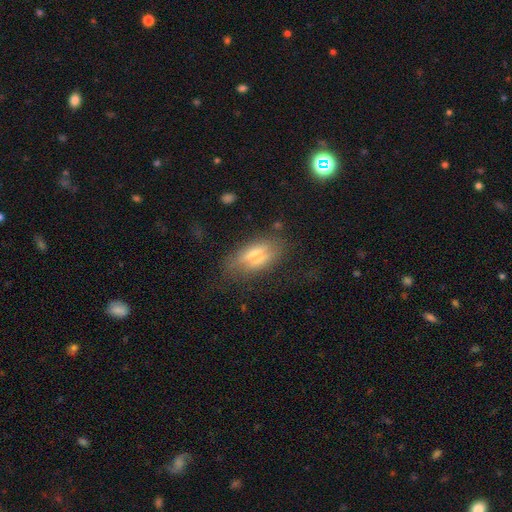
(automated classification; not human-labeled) This is possibly a smooth galaxy (49%). Merging: likely none (66%).